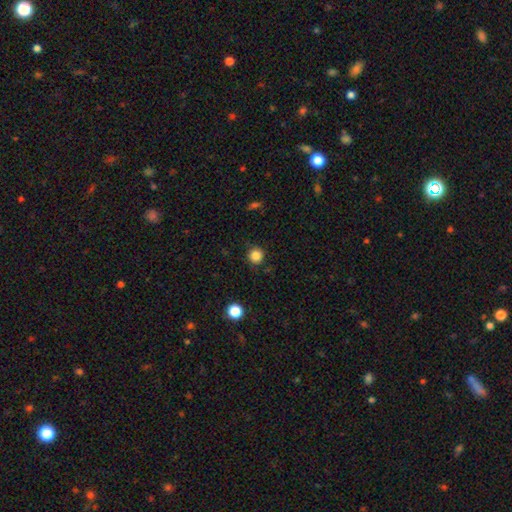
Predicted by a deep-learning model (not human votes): A smooth galaxy with no disk features (85%) that is round (94%).

Vote fractions:
- Smooth or featured? smooth: 85% / star or artifact: 12% / featured or disk: 4%
- How rounded? round: 94% / in between: 5% / cigar-shaped: 1%
- Merging? none: 87% / minor disturbance: 9% / major disturbance: 2% / merger: 1%